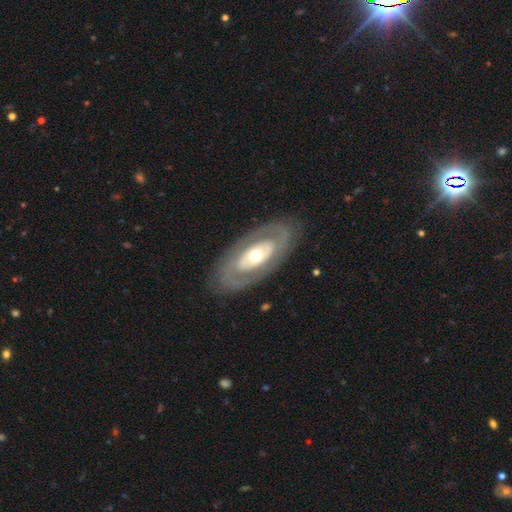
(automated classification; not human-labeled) Overall: featured or disk (69%). Edge-on disk: no (90%). Bar: no (83%). Spiral arms: no (73%). Bulge size: moderate (67%). Merging: none (82%).